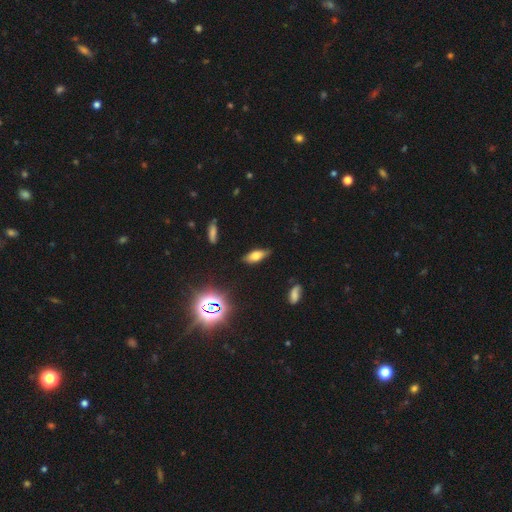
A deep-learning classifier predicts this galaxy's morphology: smooth_or_featured: smooth (p=0.62) [alt: featured or disk p=0.21]
how_rounded: in between (p=0.75) [alt: cigar-shaped p=0.20]
merging: none (p=0.80) [alt: minor disturbance p=0.15]